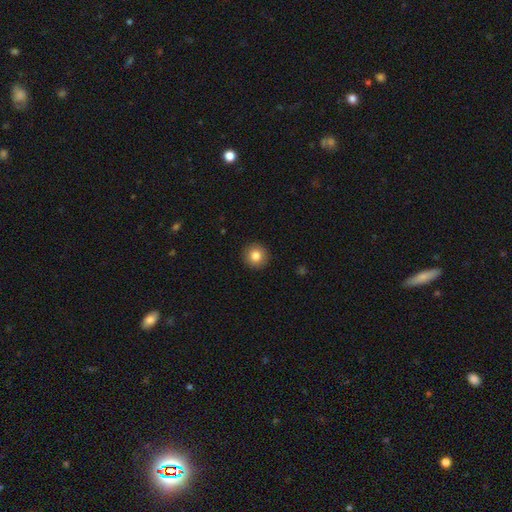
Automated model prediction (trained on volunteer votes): smooth_or_featured: smooth (p=0.83) [alt: star or artifact p=0.10]
how_rounded: round (p=0.95) [alt: in between p=0.04]
merging: none (p=0.92) [alt: minor disturbance p=0.05]